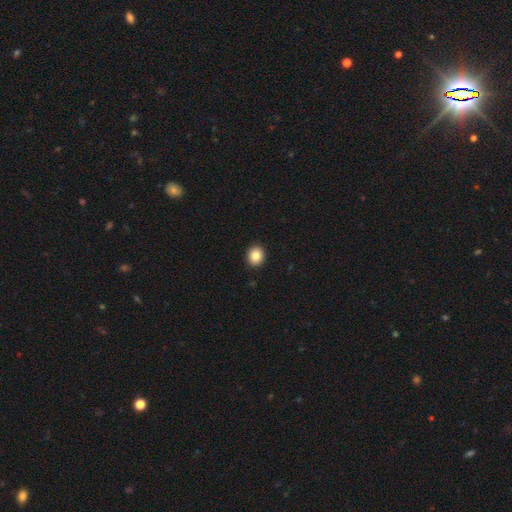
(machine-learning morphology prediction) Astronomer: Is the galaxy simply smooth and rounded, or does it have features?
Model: smooth — 84%.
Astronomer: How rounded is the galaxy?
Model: round — 77%.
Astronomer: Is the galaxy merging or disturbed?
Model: none — 92%.